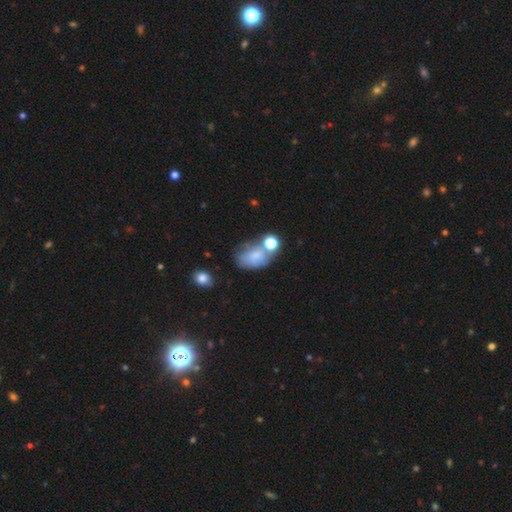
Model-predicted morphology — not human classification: Smooth or featured: smooth — 60% (featured or disk — 28%)
How rounded: in between — 79% (round — 19%)
Merging: none — 34% (minor disturbance — 25%)